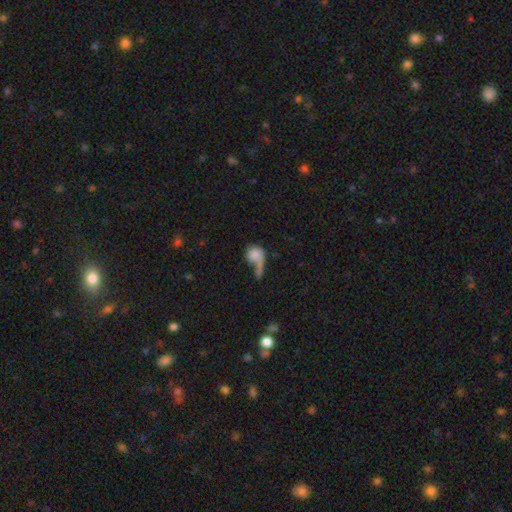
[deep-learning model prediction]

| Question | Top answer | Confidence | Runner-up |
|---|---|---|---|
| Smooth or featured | smooth | 65% | featured or disk (26%) |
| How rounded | round | 54% | in between (42%) |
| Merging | major disturbance | 38% | merger (24%) |